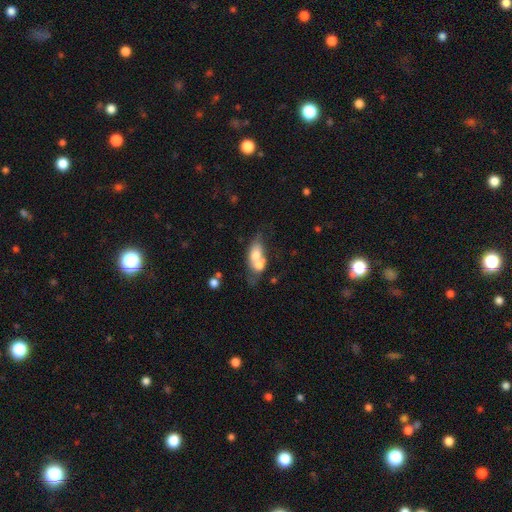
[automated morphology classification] smooth-or-featured: smooth: 59% | featured or disk: 33% | star or artifact: 8%
  how-rounded: in between: 74% | round: 16% | cigar-shaped: 11%
  merging: merger: 55% | none: 24% | minor disturbance: 12% | major disturbance: 9%